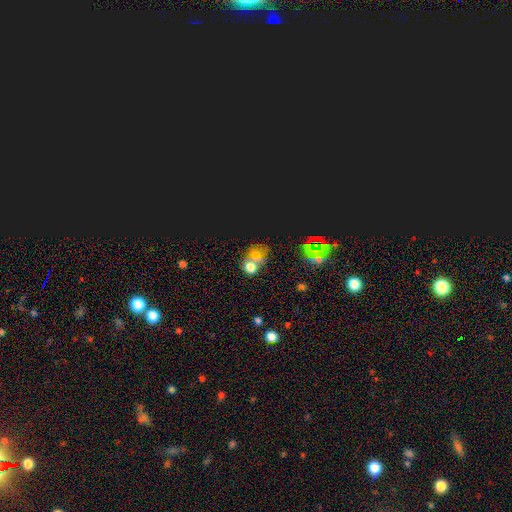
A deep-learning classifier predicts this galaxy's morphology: The model was most divided on "smooth or featured": star or artifact: 52%, smooth: 35%, featured or disk: 13%.